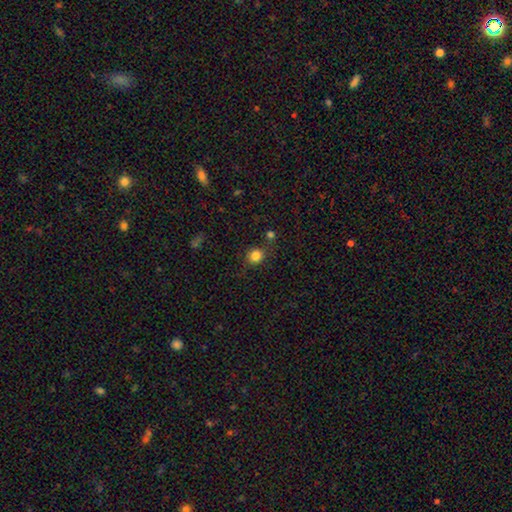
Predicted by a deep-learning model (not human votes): smooth-or-featured: smooth: 83% | star or artifact: 12% | featured or disk: 5%
  how-rounded: round: 82% | in between: 17% | cigar-shaped: 1%
  merging: none: 80% | minor disturbance: 11% | merger: 5% | major disturbance: 4%